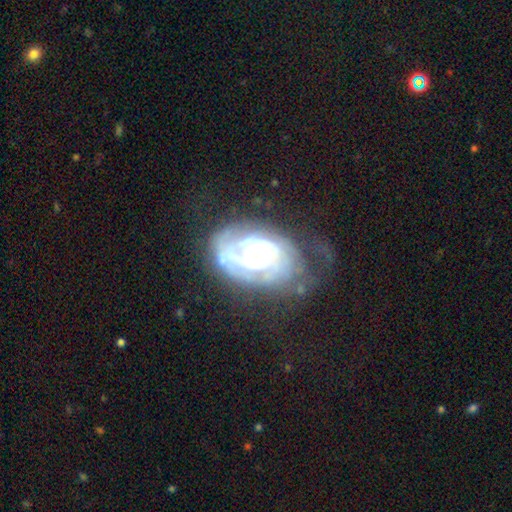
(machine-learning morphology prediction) A featured or disk galaxy (86%) with no bar (50%), 2 (42%) tight (64%) spiral arms (92%) and a moderate central bulge (60%). Merging: none (53%).